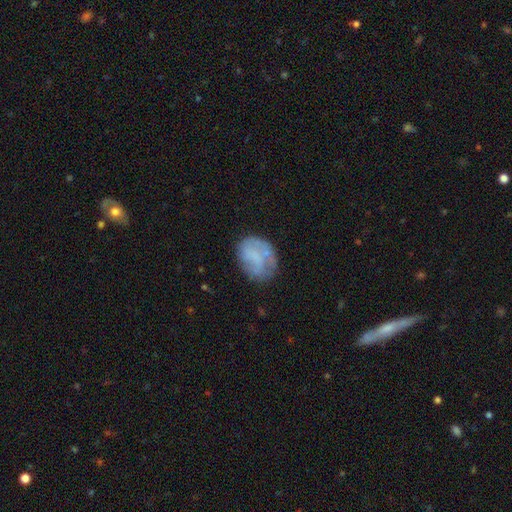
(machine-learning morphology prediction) smooth 51%, featured or disk 40%, star or artifact 9%. Down the decision tree: how rounded — in between (61%); merging — none (57%).